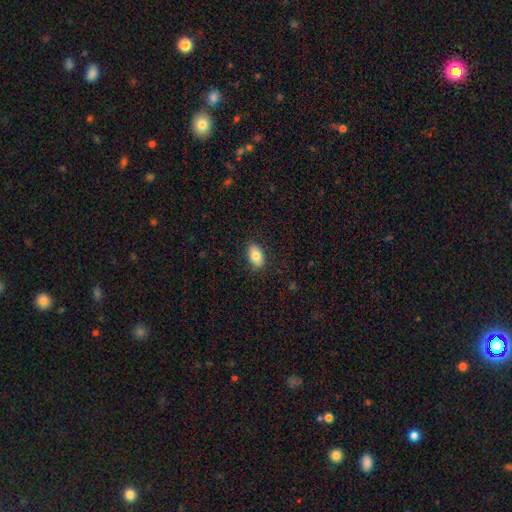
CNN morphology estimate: smooth_or_featured: smooth (p=0.80) [alt: featured or disk p=0.13]
how_rounded: in between (p=0.89) [alt: round p=0.09]
merging: none (p=0.87) [alt: minor disturbance p=0.10]